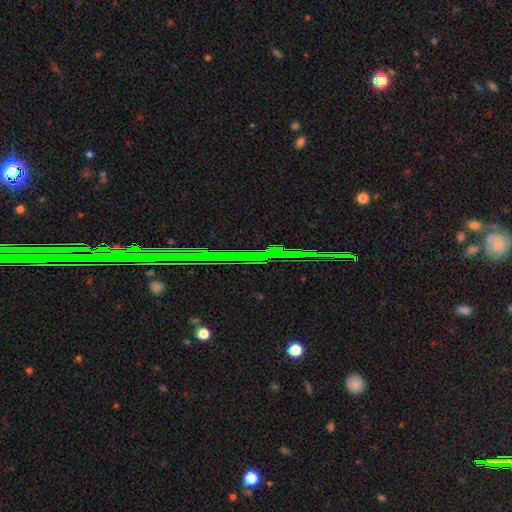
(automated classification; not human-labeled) This is likely a star or artifact rather than a galaxy (78%).